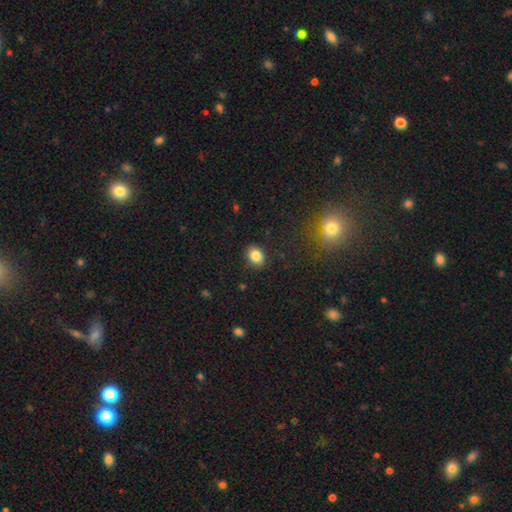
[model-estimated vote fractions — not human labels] This appears to be a smooth galaxy with no disk features (85%) that is in between round and cigar-shaped (57%). Merging: none (87%).